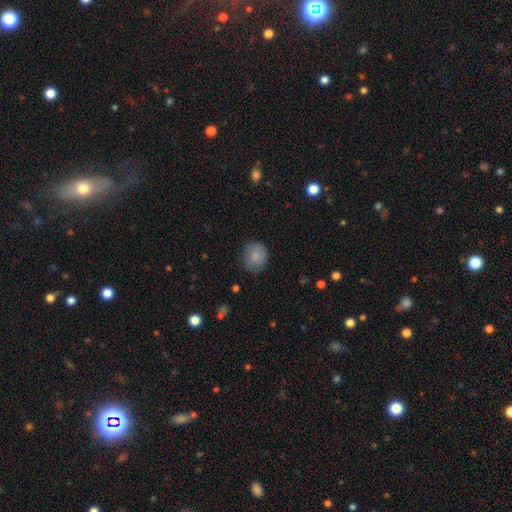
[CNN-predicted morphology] The model was most divided on "how rounded": round: 68%, in between: 31%, cigar-shaped: 1%. More confident: smooth or featured — smooth (83%); merging — none (74%).